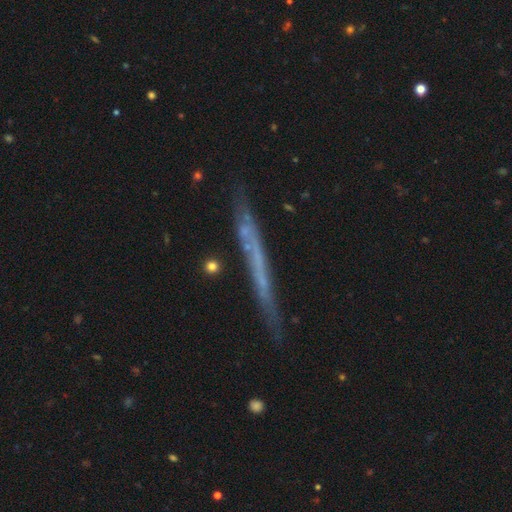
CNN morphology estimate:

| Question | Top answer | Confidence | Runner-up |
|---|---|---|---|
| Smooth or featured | featured or disk | 55% | smooth (35%) |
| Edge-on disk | yes | 89% | no (11%) |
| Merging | none | 79% | minor disturbance (14%) |